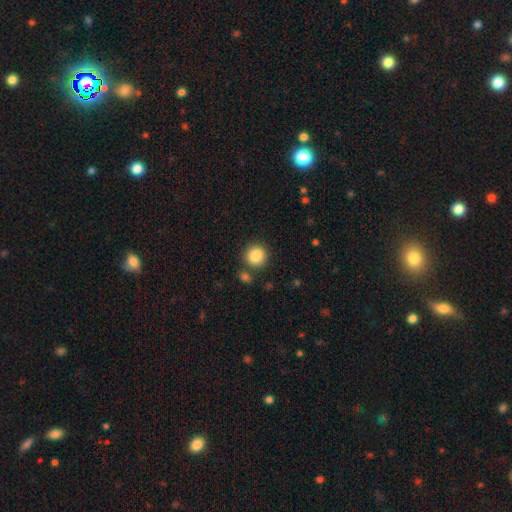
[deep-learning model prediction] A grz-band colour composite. It shows a smooth galaxy with no disk features (86%) that is round (88%). Merging: none (81%).